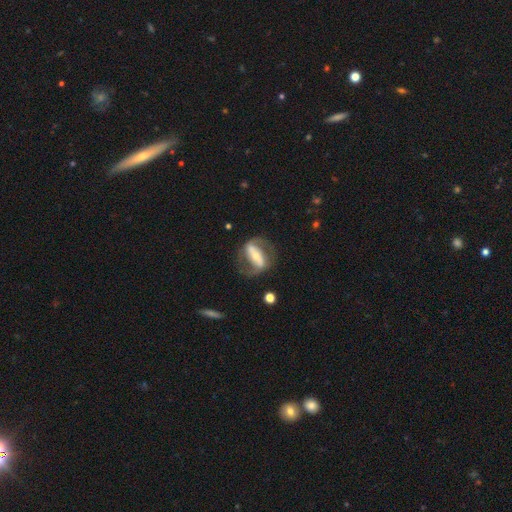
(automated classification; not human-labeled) This is likely a featured or disk galaxy (80%). It is clearly not viewed edge-on (90%). Bar: likely strong (69%). Spiral arm pattern: likely yes (80%). Spiral arm count: clearly 2 (87%). Spiral winding: marginally medium (45%). Central bulge: possibly small (48%). Merging: likely none (70%).